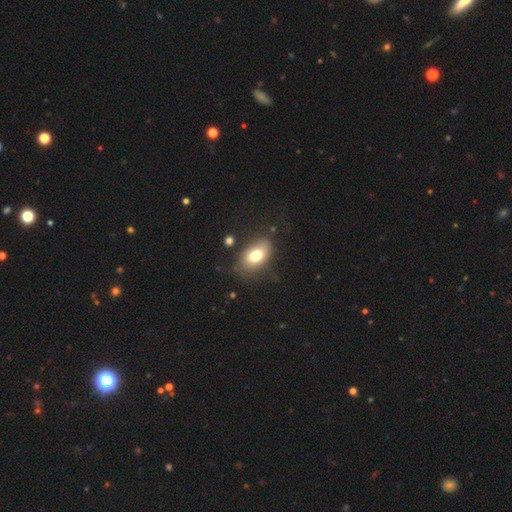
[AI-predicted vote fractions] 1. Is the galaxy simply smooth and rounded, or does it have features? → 75% smooth, 16% featured or disk, 9% star or artifact.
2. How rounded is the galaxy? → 87% in between, 11% round, 2% cigar-shaped.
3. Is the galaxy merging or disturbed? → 72% none, 18% minor disturbance, 7% major disturbance, 3% merger.